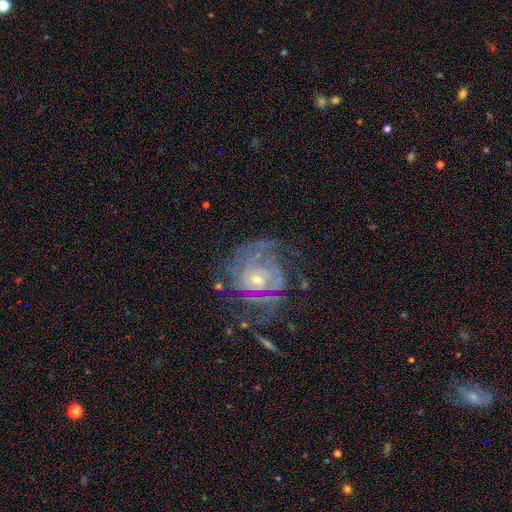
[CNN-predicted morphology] smooth_or_featured: featured or disk (p=0.85) [alt: star or artifact p=0.08]
disk_edge_on: no (p=0.97) [alt: yes p=0.03]
bar: no (p=0.68) [alt: weak p=0.23]
has_spiral_arms: yes (p=0.94) [alt: no p=0.06]
spiral_winding: tight (p=0.67) [alt: medium p=0.26]
spiral_arm_count: can't tell (p=0.31) [alt: 2 p=0.24]
bulge_size: small (p=0.61) [alt: moderate p=0.35]
merging: none (p=0.63) [alt: minor disturbance p=0.19]